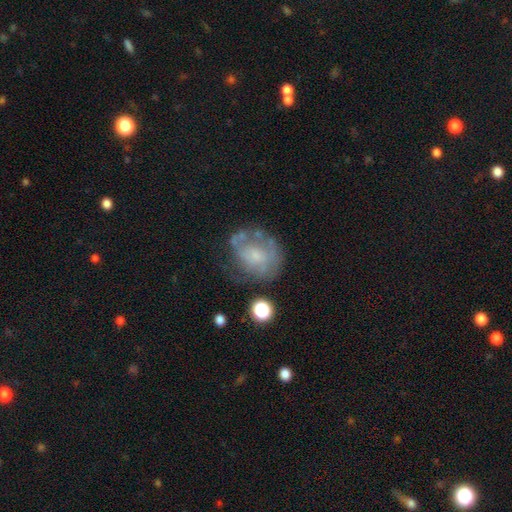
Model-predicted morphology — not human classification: This appears to be a featured or disk galaxy (55%) with no bar (77%), no spiral arms (54%) and a small central bulge (46%). Merging: none (47%).